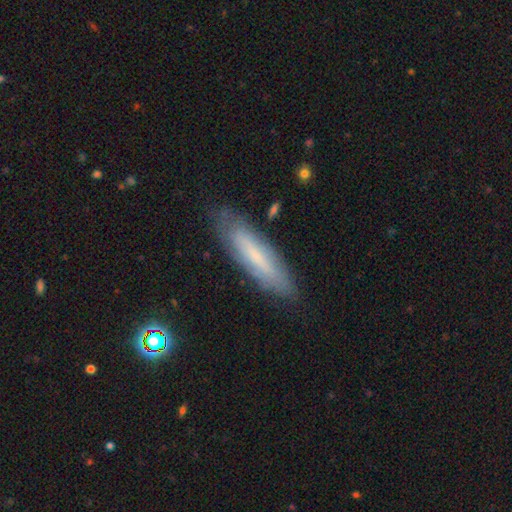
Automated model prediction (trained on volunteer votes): This is possibly a smooth galaxy (57%). How rounded: likely cigar-shaped (76%). Merging: clearly none (81%).